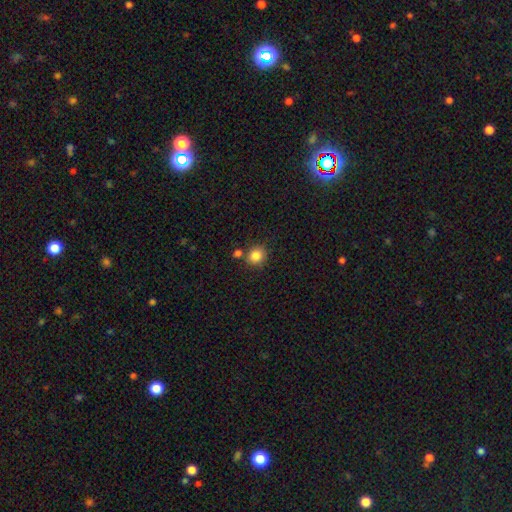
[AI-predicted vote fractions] smooth 85%, star or artifact 10%, featured or disk 5%. Down the decision tree: how rounded — round (81%); merging — none (76%).